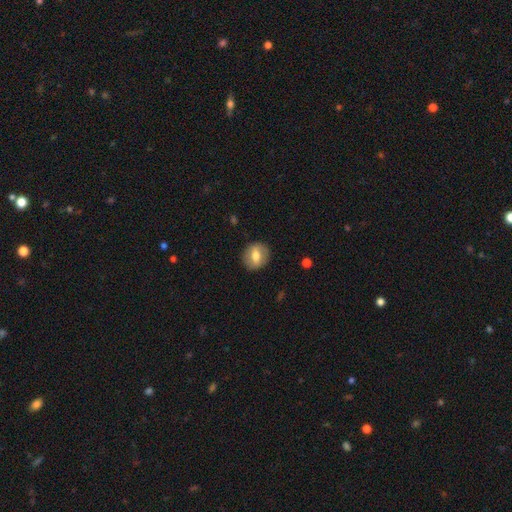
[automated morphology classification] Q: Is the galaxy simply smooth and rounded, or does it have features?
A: smooth — 58%.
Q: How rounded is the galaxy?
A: round — 72%.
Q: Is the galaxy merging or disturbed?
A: none — 88%.